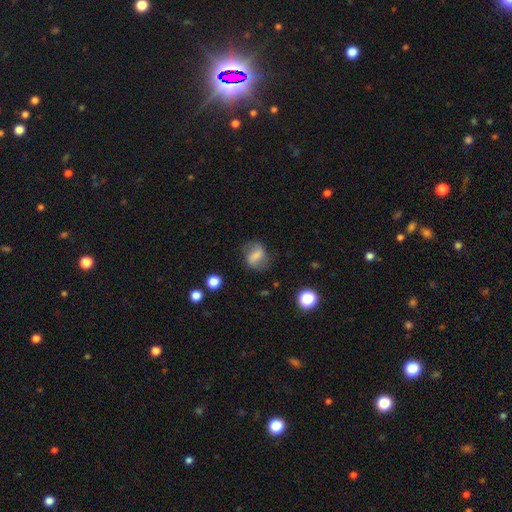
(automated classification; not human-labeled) Smooth or featured: smooth — 47% (featured or disk — 42%)
Merging: none — 70% (minor disturbance — 19%)